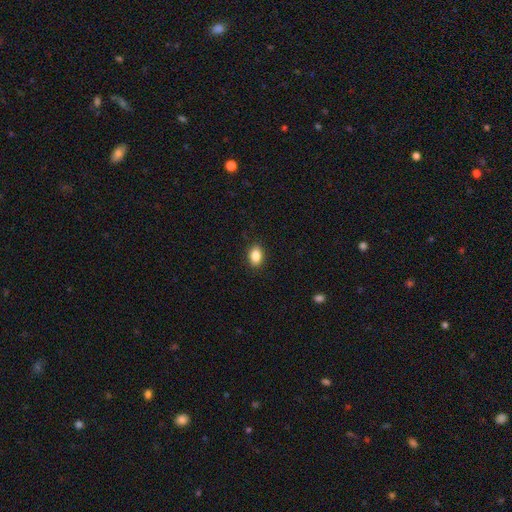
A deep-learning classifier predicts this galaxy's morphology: smooth_or_featured: smooth (p=0.87) [alt: star or artifact p=0.09]
how_rounded: in between (p=0.82) [alt: round p=0.17]
merging: none (p=0.90) [alt: minor disturbance p=0.08]